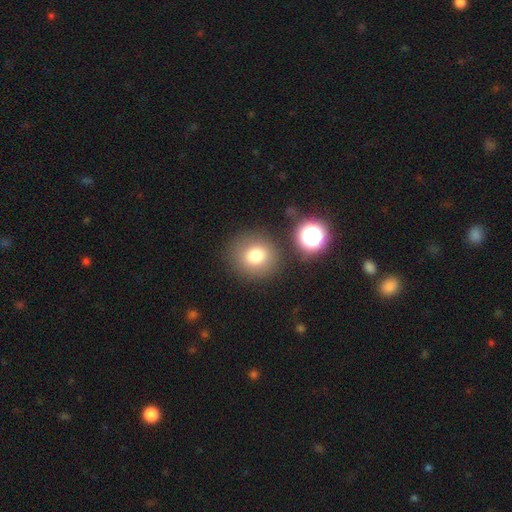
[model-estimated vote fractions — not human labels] Smooth or featured?
  - smooth: 78% *
  - star or artifact: 13%
  - featured or disk: 10%
How rounded?
  - round: 87% *
  - in between: 12%
  - cigar-shaped: 1%
Merging?
  - none: 80% *
  - minor disturbance: 10%
  - merger: 6%
  - major disturbance: 4%